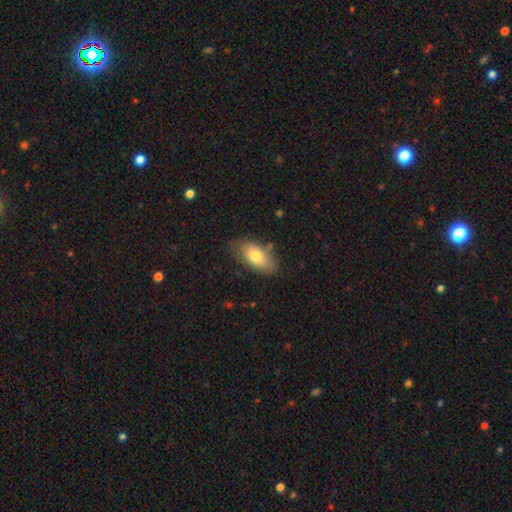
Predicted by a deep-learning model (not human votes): smooth_or_featured: smooth (p=0.76) [alt: featured or disk p=0.17]
how_rounded: in between (p=0.91) [alt: cigar-shaped p=0.05]
merging: none (p=0.77) [alt: minor disturbance p=0.17]